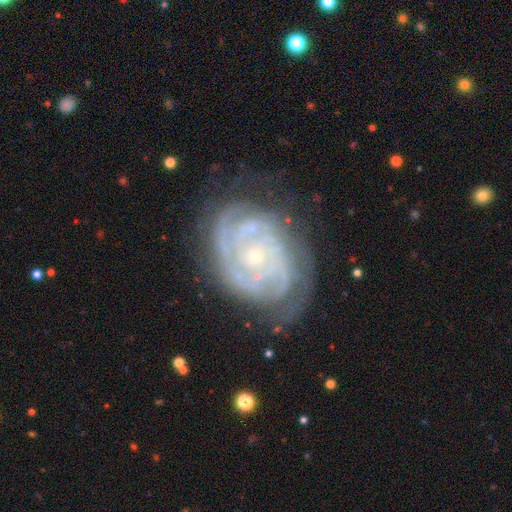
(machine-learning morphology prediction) Q: Smooth or featured?
A: featured or disk (87%); runner-up: smooth (7%)
Q: Edge-on disk?
A: no (97%); runner-up: yes (3%)
Q: Bar?
A: no (76%); runner-up: weak (19%)
Q: Spiral arms?
A: yes (96%); runner-up: no (4%)
Q: Spiral winding?
A: tight (76%); runner-up: medium (20%)
Q: Spiral arm count?
A: can't tell (28%); runner-up: 2 (23%)
Q: Bulge size?
A: small (74%); runner-up: moderate (21%)
Q: Merging?
A: none (68%); runner-up: minor disturbance (21%)